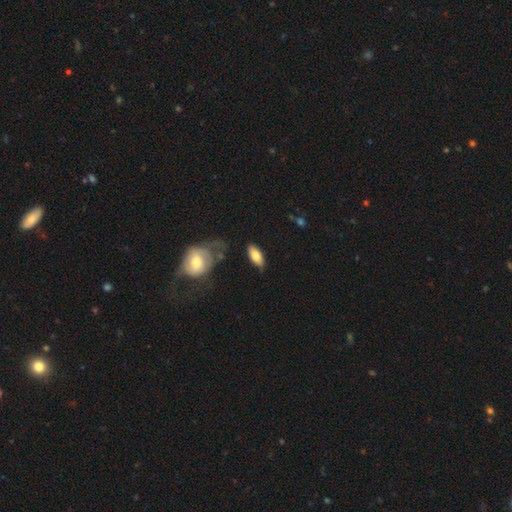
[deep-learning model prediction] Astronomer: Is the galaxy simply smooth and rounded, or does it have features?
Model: smooth — 75%.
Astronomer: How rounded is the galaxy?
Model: in between — 85%.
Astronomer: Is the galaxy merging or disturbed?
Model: none — 71%.